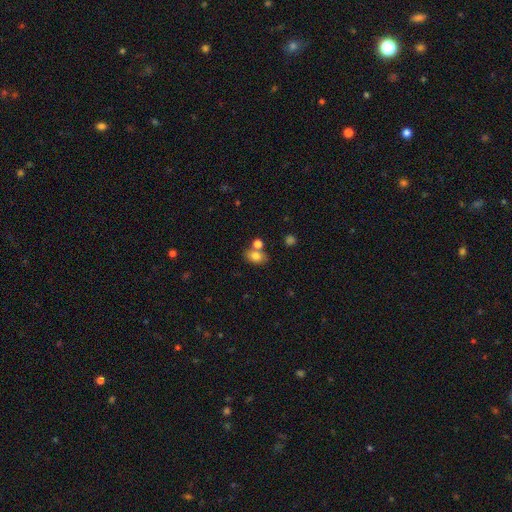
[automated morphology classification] The model was most divided on "merging": none: 58%, merger: 27%, minor disturbance: 12%, major disturbance: 4%. More confident: smooth or featured — smooth (79%); how rounded — in between (70%).